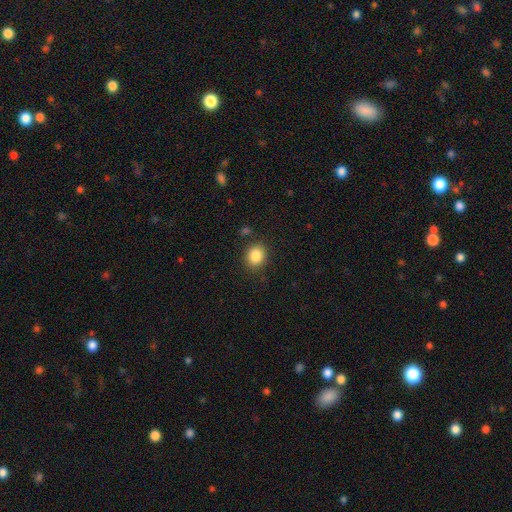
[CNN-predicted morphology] Smooth or featured? smooth (85%)
How rounded? round (63%)
Merging? none (86%)